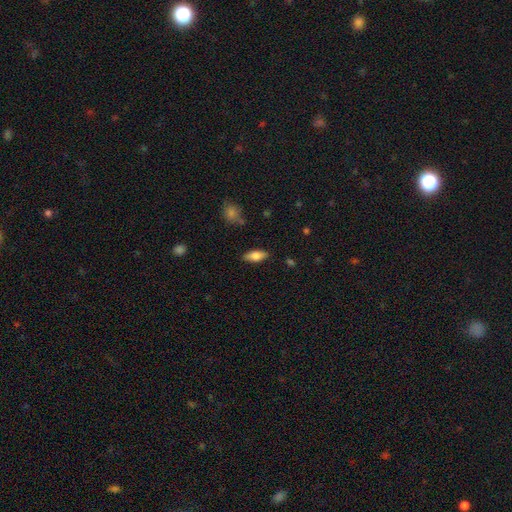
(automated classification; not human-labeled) Q: Smooth or featured?
A: smooth (73%); runner-up: featured or disk (20%)
Q: How rounded?
A: in between (79%); runner-up: cigar-shaped (18%)
Q: Merging?
A: none (85%); runner-up: minor disturbance (11%)